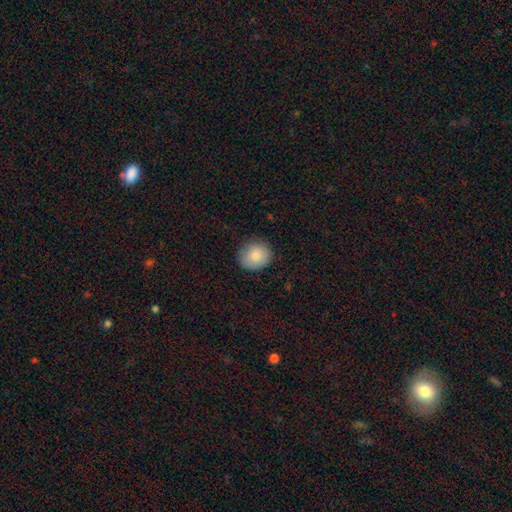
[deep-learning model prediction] The model was most divided on "how rounded": round: 77%, in between: 22%, cigar-shaped: 1%. More confident: merging — none (86%); smooth or featured — smooth (85%).